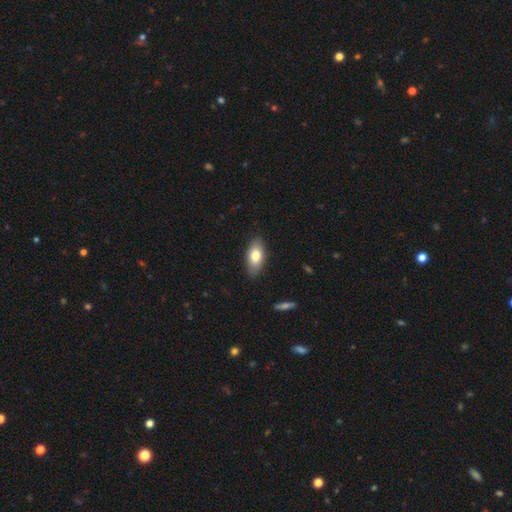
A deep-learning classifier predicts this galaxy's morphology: A smooth galaxy with no disk features (78%) that is in between round and cigar-shaped (90%).

Vote fractions:
- Smooth or featured? smooth: 78% / featured or disk: 16% / star or artifact: 6%
- How rounded? in between: 90% / cigar-shaped: 6% / round: 3%
- Merging? none: 85% / minor disturbance: 11% / major disturbance: 2% / merger: 1%